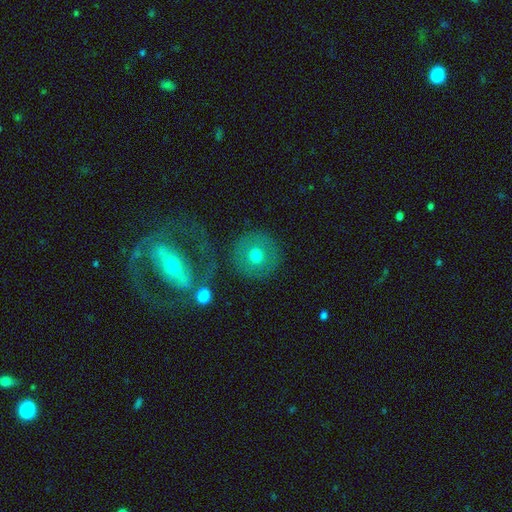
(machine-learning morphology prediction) This appears to be a smooth galaxy with no disk features (64%) that is round (94%). Merging: none (83%).